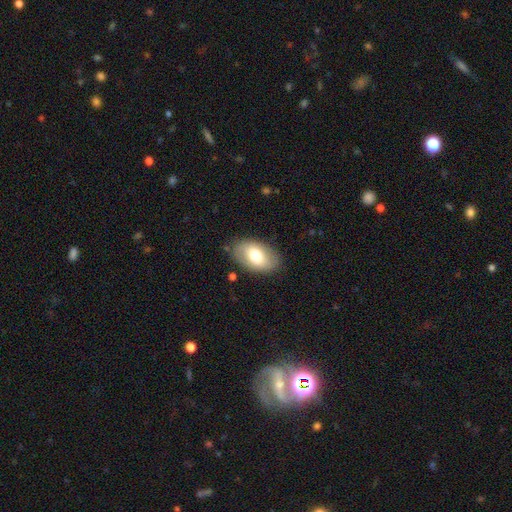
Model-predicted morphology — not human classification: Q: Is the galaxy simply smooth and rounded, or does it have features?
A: smooth — 70%.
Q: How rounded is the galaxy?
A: in between — 92%.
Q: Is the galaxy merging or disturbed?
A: none — 82%.